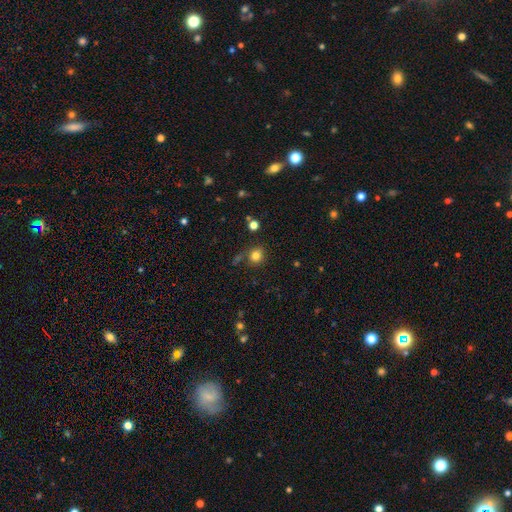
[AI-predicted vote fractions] smooth-or-featured: smooth: 79% | star or artifact: 14% | featured or disk: 7%
  how-rounded: round: 84% | in between: 15% | cigar-shaped: 1%
  merging: none: 75% | minor disturbance: 13% | merger: 7% | major disturbance: 5%